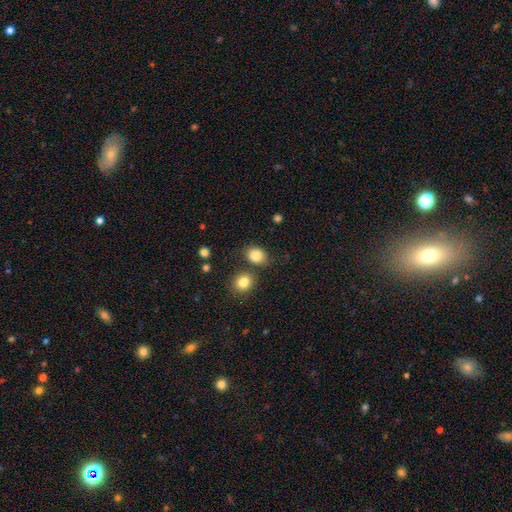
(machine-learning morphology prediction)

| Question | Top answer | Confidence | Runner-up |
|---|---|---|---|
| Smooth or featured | smooth | 84% | star or artifact (10%) |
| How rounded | in between | 51% | round (48%) |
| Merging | none | 70% | minor disturbance (14%) |